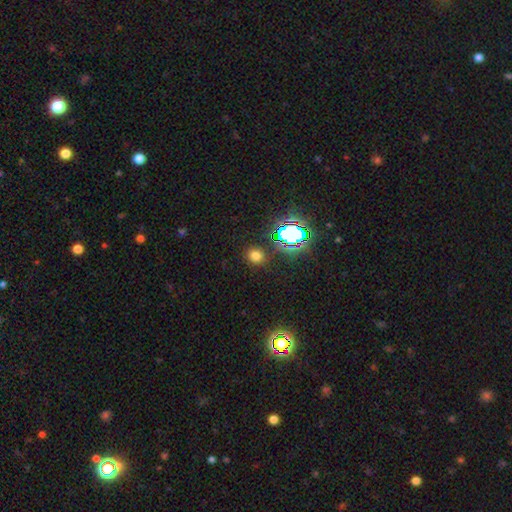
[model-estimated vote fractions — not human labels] smooth 68%, star or artifact 27%, featured or disk 6%. Down the decision tree: how rounded — round (82%); merging — none (88%).